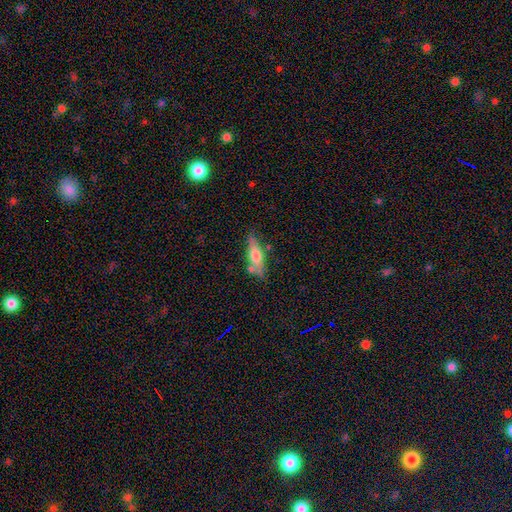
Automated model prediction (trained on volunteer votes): smooth-or-featured: smooth: 55% | featured or disk: 39% | star or artifact: 6%
  how-rounded: cigar-shaped: 49% | in between: 48% | round: 3%
  merging: none: 68% | minor disturbance: 17% | merger: 11% | major disturbance: 4%